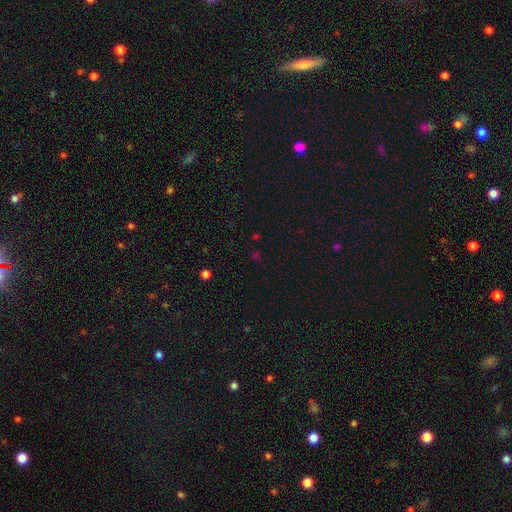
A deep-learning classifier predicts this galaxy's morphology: A star or artifact, not a galaxy (57%).

Vote fractions:
- Smooth or featured? star or artifact: 57% / smooth: 36% / featured or disk: 7%